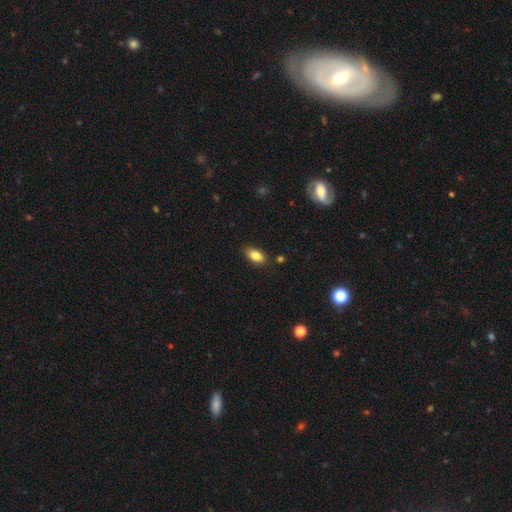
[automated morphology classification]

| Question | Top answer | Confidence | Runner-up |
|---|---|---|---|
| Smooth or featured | smooth | 85% | star or artifact (8%) |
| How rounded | in between | 90% | round (5%) |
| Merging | none | 83% | minor disturbance (13%) |